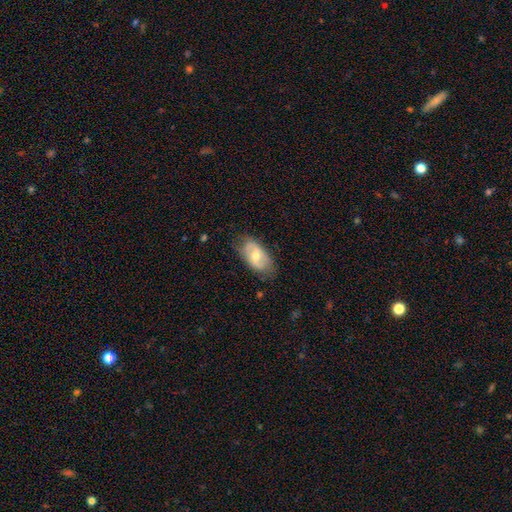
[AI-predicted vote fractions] A featured or disk galaxy (47%). Merging: none (71%).